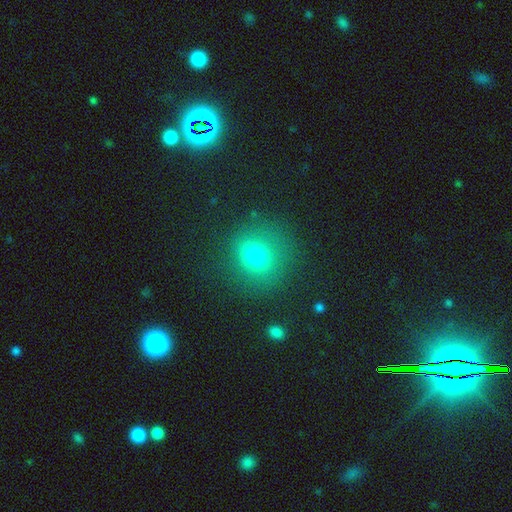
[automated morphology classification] Q: Smooth or featured?
A: smooth (74%); runner-up: star or artifact (17%)
Q: How rounded?
A: round (81%); runner-up: in between (18%)
Q: Merging?
A: none (82%); runner-up: minor disturbance (11%)